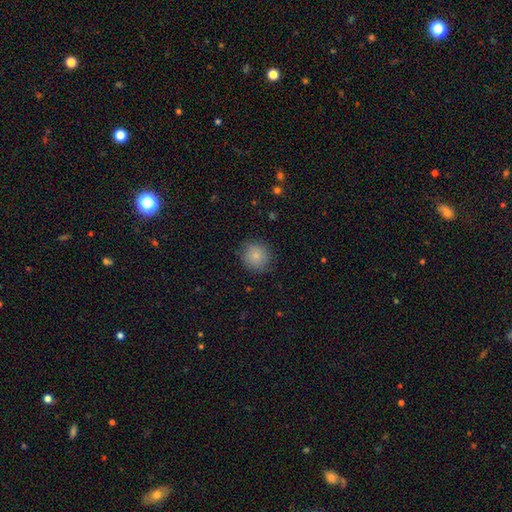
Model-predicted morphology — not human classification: Smooth or featured?
  - smooth: 82% *
  - star or artifact: 9%
  - featured or disk: 9%
How rounded?
  - round: 90% *
  - in between: 9%
  - cigar-shaped: 1%
Merging?
  - none: 82% *
  - minor disturbance: 14%
  - major disturbance: 3%
  - merger: 1%